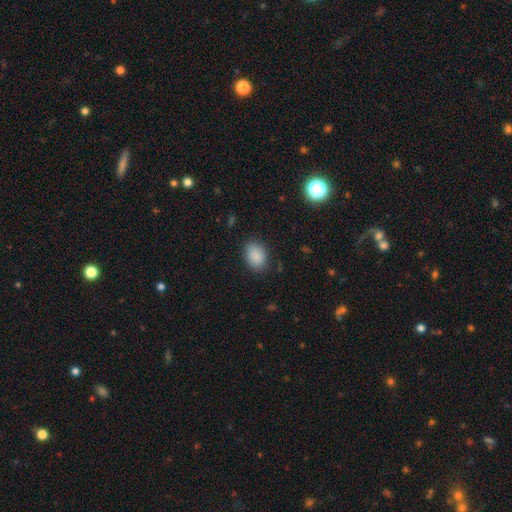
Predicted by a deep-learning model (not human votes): smooth 88%, star or artifact 8%, featured or disk 4%. Down the decision tree: how rounded — in between (71%); merging — none (83%).